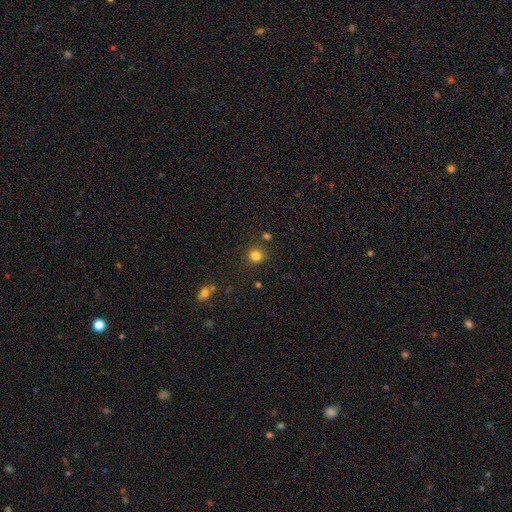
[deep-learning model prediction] smooth 81%, star or artifact 14%, featured or disk 5%. Down the decision tree: how rounded — round (84%); merging — none (81%).